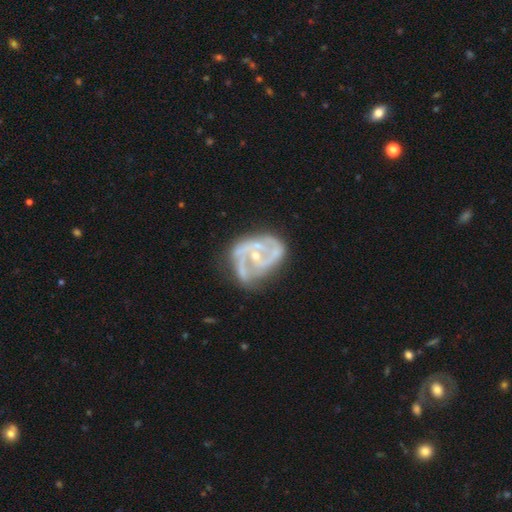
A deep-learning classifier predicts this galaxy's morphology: A featured or disk galaxy (89%) with no bar (54%), 2 (55%) medium (51%) spiral arms (96%) and a small central bulge (64%).

Vote fractions:
- Smooth or featured? featured or disk: 89% / smooth: 6% / star or artifact: 5%
- Edge-on disk? no: 98% / yes: 2%
- Bar? no: 54% / weak: 32% / strong: 14%
- Spiral arms? yes: 96% / no: 4%
- Spiral winding? medium: 51% / tight: 33% / loose: 16%
- Spiral arm count? 2: 55% / 3: 26% / can't tell: 9% / 1: 4% / 4: 4% / more than 4: 3%
- Bulge size? small: 64% / moderate: 32% / none: 2% / large: 1% / dominant: 1%
- Merging? none: 53% / minor disturbance: 27% / major disturbance: 16% / merger: 3%